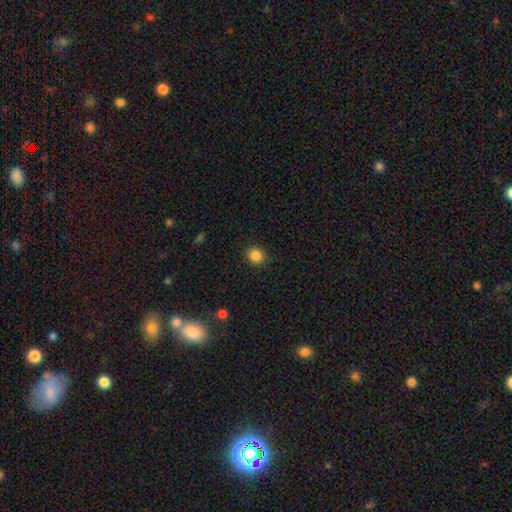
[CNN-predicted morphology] This is clearly a smooth galaxy (86%). How rounded: clearly round (87%). Merging: clearly none (90%).